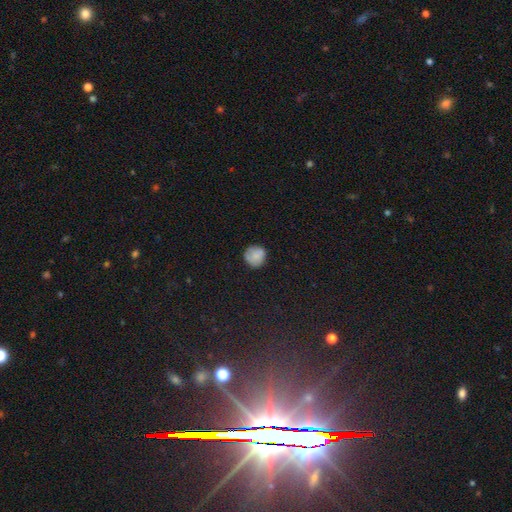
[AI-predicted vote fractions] Morphology: type=smooth (81%); roundness=round (91%); merging=none (80%).